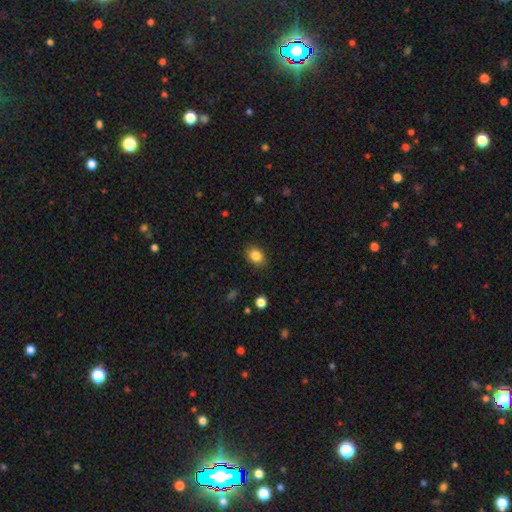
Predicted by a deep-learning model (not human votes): This appears to be a smooth galaxy with no disk features (84%) that is in between round and cigar-shaped (62%). Merging: none (87%).